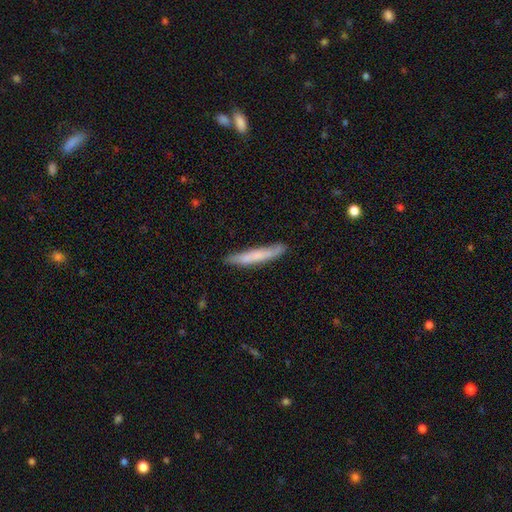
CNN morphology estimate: Q: Smooth or featured?
A: smooth (67%); runner-up: featured or disk (28%)
Q: How rounded?
A: cigar-shaped (94%); runner-up: in between (5%)
Q: Merging?
A: none (82%); runner-up: minor disturbance (14%)